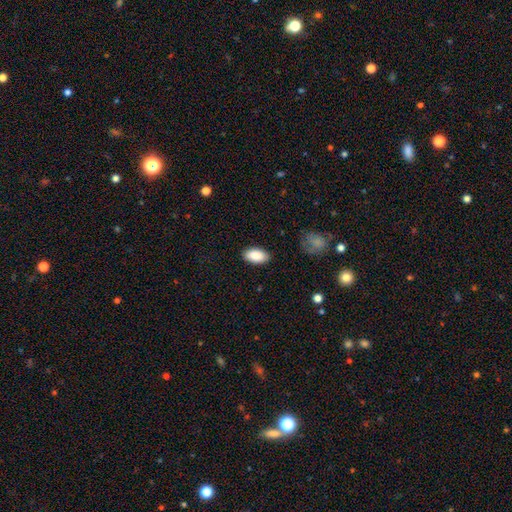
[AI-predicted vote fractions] Q: Smooth or featured?
A: smooth (88%); runner-up: star or artifact (6%)
Q: How rounded?
A: in between (94%); runner-up: round (4%)
Q: Merging?
A: none (87%); runner-up: minor disturbance (9%)